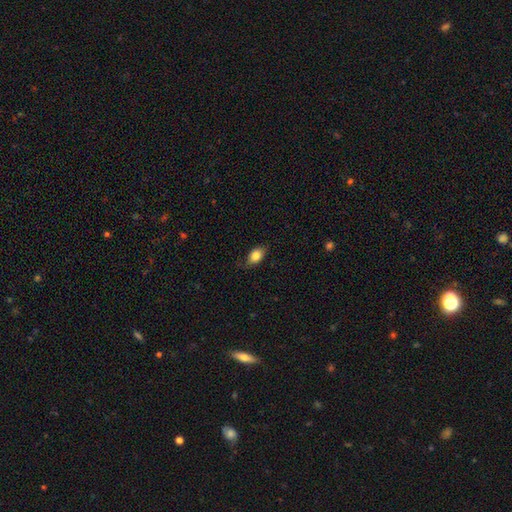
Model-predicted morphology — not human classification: smooth 81%, featured or disk 11%, star or artifact 8%. Down the decision tree: how rounded — in between (86%); merging — none (80%).